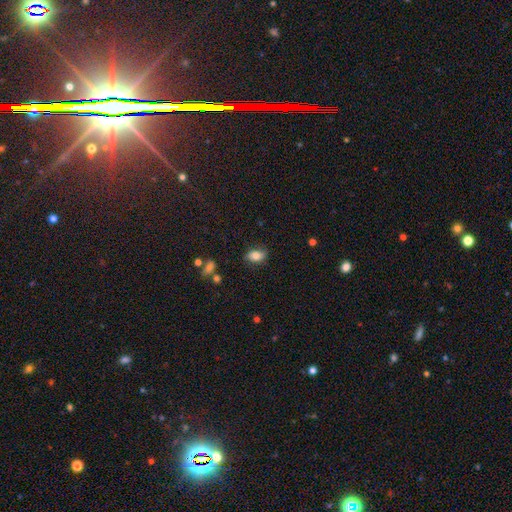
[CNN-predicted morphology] Overall: smooth (76%). How rounded: in between (85%). Merging: none (74%).